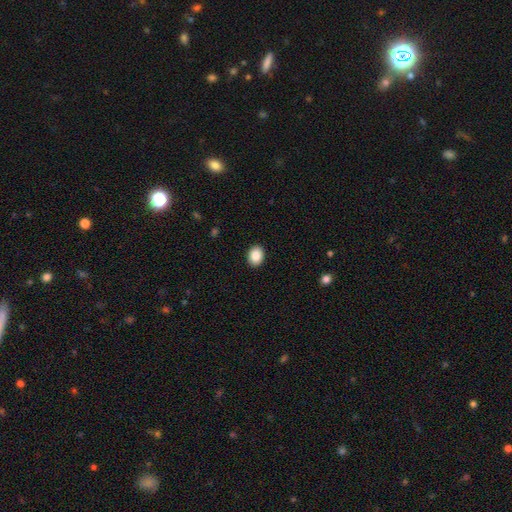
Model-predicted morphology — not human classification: A smooth galaxy with no disk features (89%) that is in between round and cigar-shaped (63%).

Vote fractions:
- Smooth or featured? smooth: 89% / star or artifact: 8% / featured or disk: 4%
- How rounded? in between: 63% / round: 36% / cigar-shaped: 1%
- Merging? none: 91% / minor disturbance: 6% / major disturbance: 2% / merger: 1%